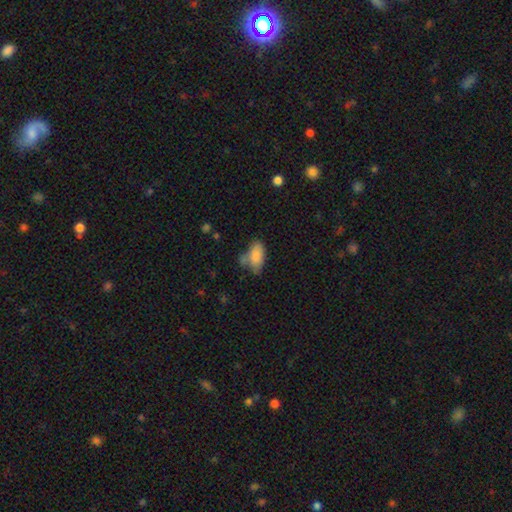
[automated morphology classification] Smooth or featured: smooth — 81% (featured or disk — 11%)
How rounded: in between — 92% (cigar-shaped — 4%)
Merging: none — 44% (minor disturbance — 29%)